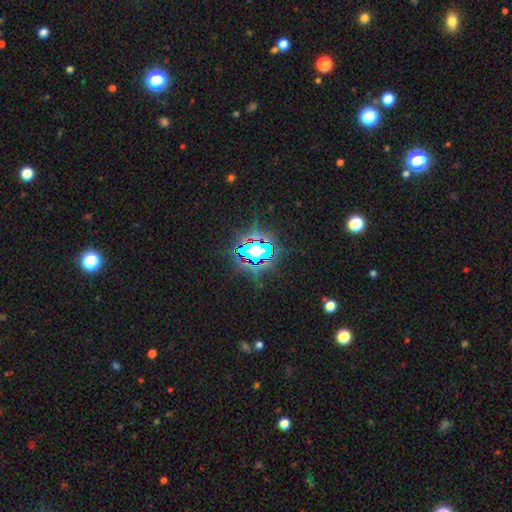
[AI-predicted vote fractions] This is likely a star or artifact rather than a galaxy (79%).